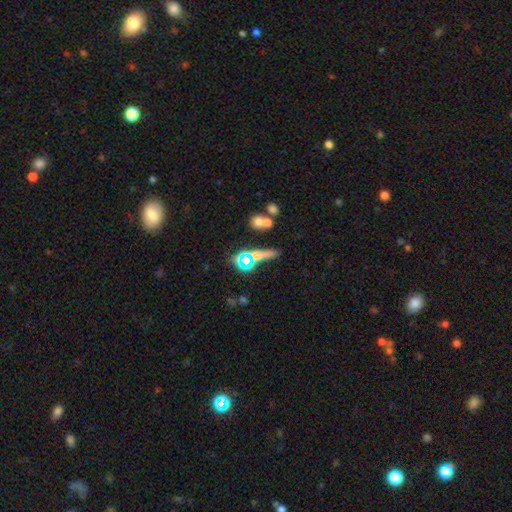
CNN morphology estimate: Overall: smooth (47%; star or artifact 32%). Merging: none (55%; merger 24%).